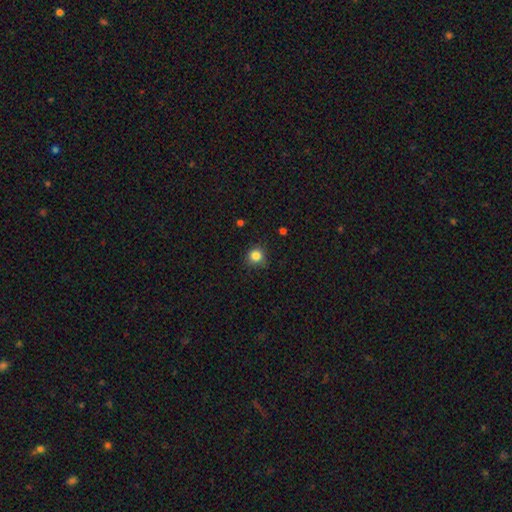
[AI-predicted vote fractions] A smooth galaxy with no disk features (84%) that is round (91%).

Vote fractions:
- Smooth or featured? smooth: 84% / star or artifact: 12% / featured or disk: 4%
- How rounded? round: 91% / in between: 8% / cigar-shaped: 1%
- Merging? none: 82% / minor disturbance: 14% / major disturbance: 3% / merger: 1%